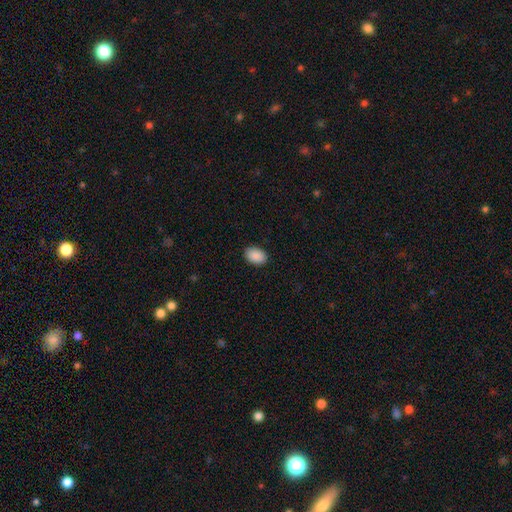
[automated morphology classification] type=smooth (90%); roundness=in between (84%); merging=none (89%).